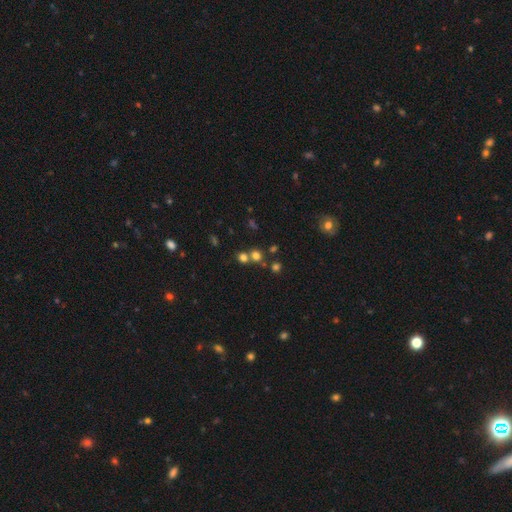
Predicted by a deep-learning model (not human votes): Morphology: type=smooth (67%); roundness=round (84%); merging=none (58%).